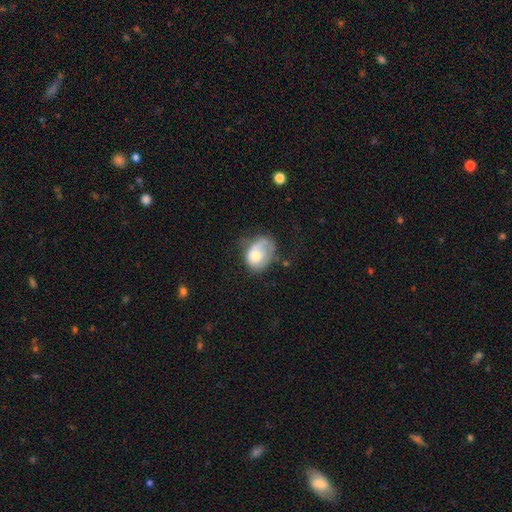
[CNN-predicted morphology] A smooth galaxy with no disk features (57%) that is in between round and cigar-shaped (70%).

Vote fractions:
- Smooth or featured? smooth: 57% / featured or disk: 36% / star or artifact: 7%
- How rounded? in between: 70% / round: 29% / cigar-shaped: 1%
- Merging? none: 34% (tied) / minor disturbance: 34% (tied) / major disturbance: 28% / merger: 4%